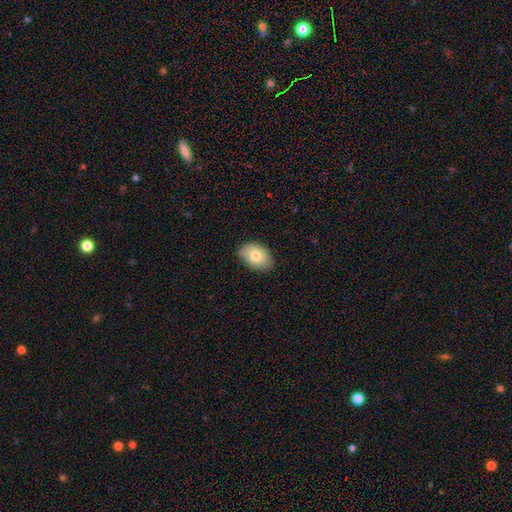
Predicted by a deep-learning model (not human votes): Q: Smooth or featured?
A: smooth (78%); runner-up: featured or disk (15%)
Q: How rounded?
A: in between (86%); runner-up: round (13%)
Q: Merging?
A: none (82%); runner-up: minor disturbance (15%)